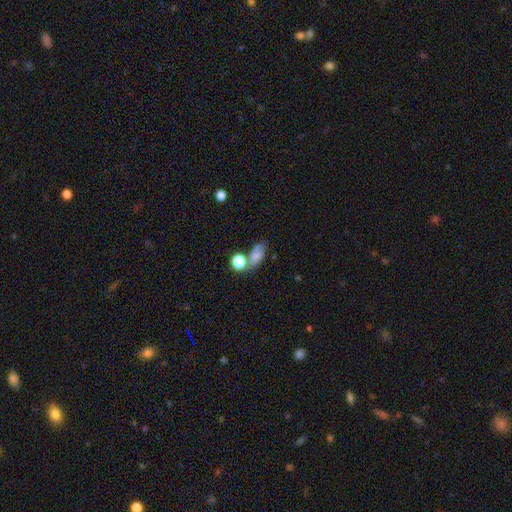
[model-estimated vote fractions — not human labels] Overall: smooth (69%). How rounded: in between (75%). Merging: none (41%; merger 29%).